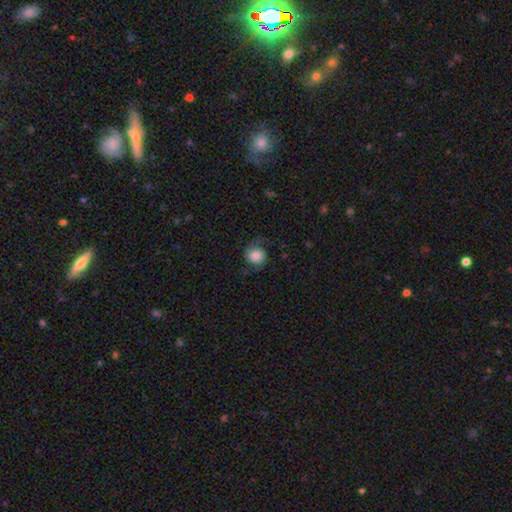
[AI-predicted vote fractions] A featured or disk galaxy (50%). Merging: none (67%).